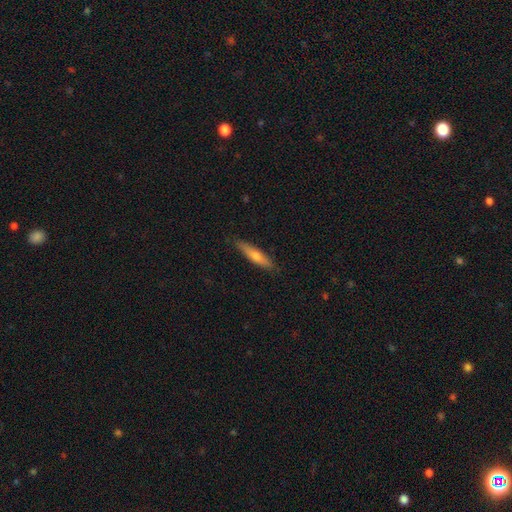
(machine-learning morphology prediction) smooth-or-featured: smooth: 60% | featured or disk: 34% | star or artifact: 6%
  how-rounded: cigar-shaped: 85% | in between: 13% | round: 2%
  merging: none: 88% | minor disturbance: 10% | major disturbance: 2% | merger: 1%